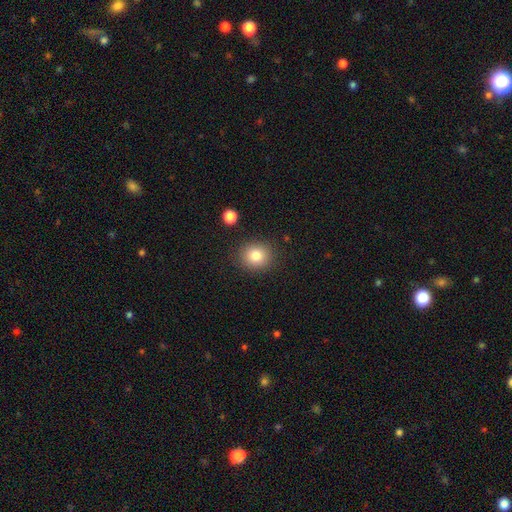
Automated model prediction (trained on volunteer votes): smooth-or-featured: smooth: 81% | star or artifact: 11% | featured or disk: 8%
  how-rounded: round: 80% | in between: 19% | cigar-shaped: 1%
  merging: none: 87% | minor disturbance: 8% | major disturbance: 3% | merger: 2%